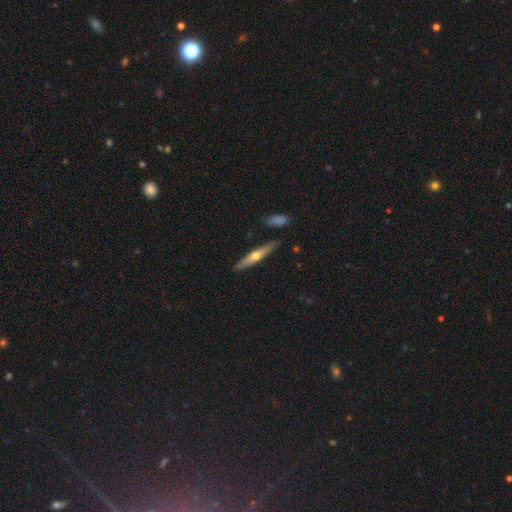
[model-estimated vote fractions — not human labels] Q: Smooth or featured?
A: featured or disk (56%); runner-up: smooth (38%)
Q: Edge-on disk?
A: yes (93%); runner-up: no (7%)
Q: Edge-on bulge?
A: rounded (88%); runner-up: none (10%)
Q: Merging?
A: none (88%); runner-up: minor disturbance (8%)